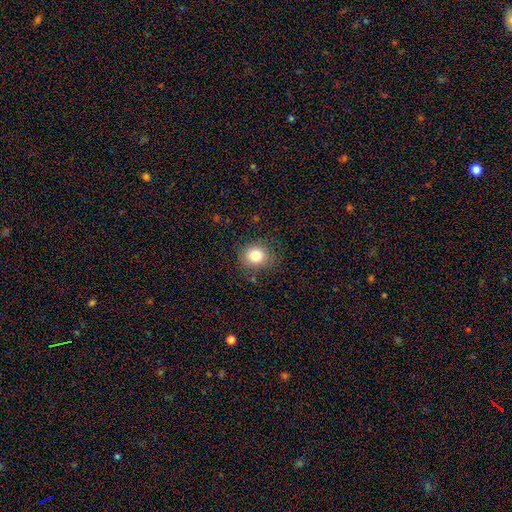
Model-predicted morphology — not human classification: Smooth or featured?
  - smooth: 80% *
  - star or artifact: 11%
  - featured or disk: 8%
How rounded?
  - round: 75% *
  - in between: 24%
  - cigar-shaped: 1%
Merging?
  - none: 80% *
  - minor disturbance: 14%
  - major disturbance: 4%
  - merger: 2%